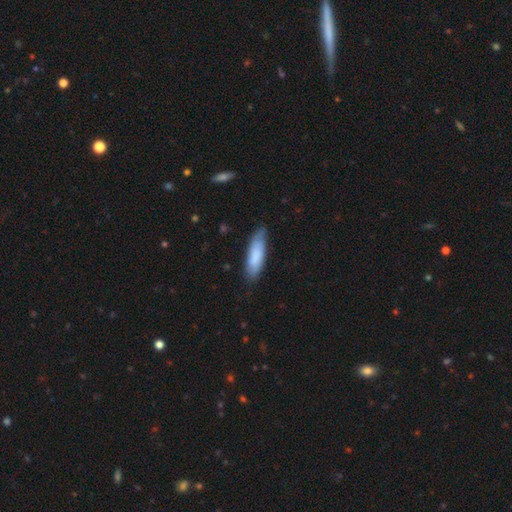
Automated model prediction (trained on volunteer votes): Smooth or featured? Predicted: smooth (p=0.78). How rounded? Predicted: cigar-shaped (p=0.51). Merging? Predicted: none (p=0.72).